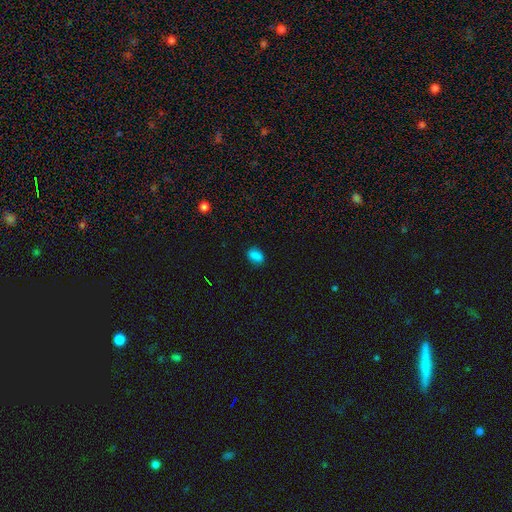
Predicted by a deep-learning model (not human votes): smooth-or-featured: smooth: 84% | star or artifact: 12% | featured or disk: 4%
  how-rounded: in between: 76% | round: 22% | cigar-shaped: 2%
  merging: none: 85% | minor disturbance: 11% | major disturbance: 2% | merger: 1%